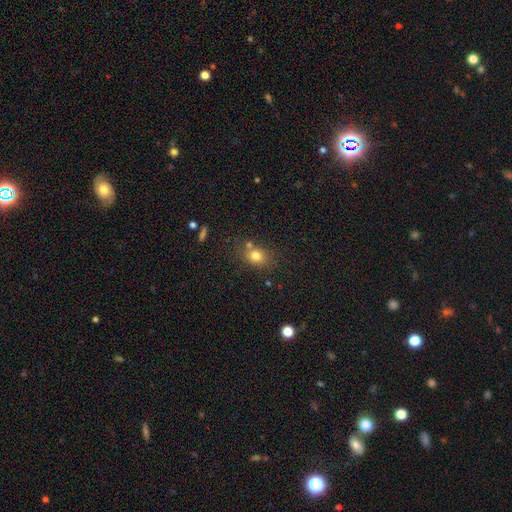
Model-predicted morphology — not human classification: smooth-or-featured: smooth: 76% | star or artifact: 14% | featured or disk: 10%
  how-rounded: round: 55% | in between: 43% | cigar-shaped: 1%
  merging: none: 63% | merger: 17% | minor disturbance: 14% | major disturbance: 5%